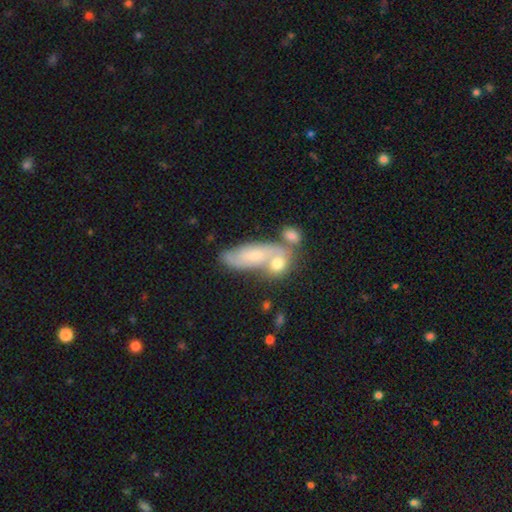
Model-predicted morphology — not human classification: Smooth or featured?
  - featured or disk: 54% *
  - smooth: 37%
  - star or artifact: 9%
Edge-on disk?
  - no: 87% *
  - yes: 13%
Merging?
  - merger: 41% *
  - none: 37%
  - minor disturbance: 15%
  - major disturbance: 8%